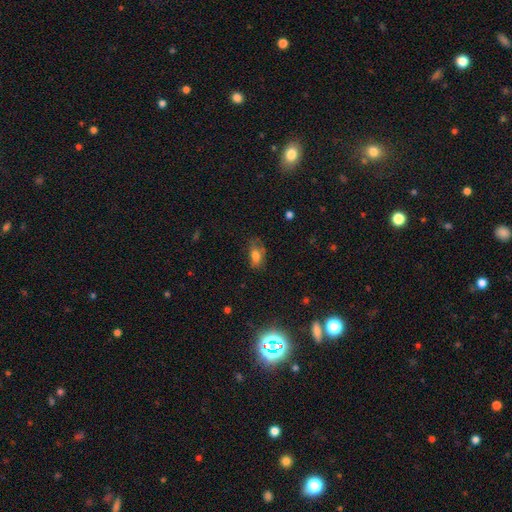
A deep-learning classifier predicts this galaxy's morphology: Overall: smooth (68%). How rounded: in between (85%). Merging: none (53%; minor disturbance 29%).